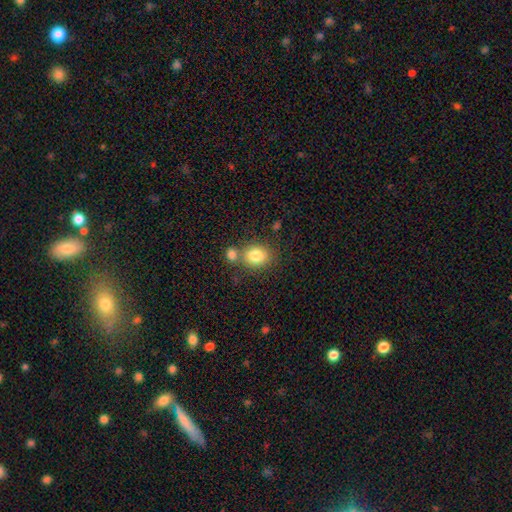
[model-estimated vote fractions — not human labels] This is clearly a smooth galaxy (82%). How rounded: possibly round (56%). Merging: possibly none (60%).